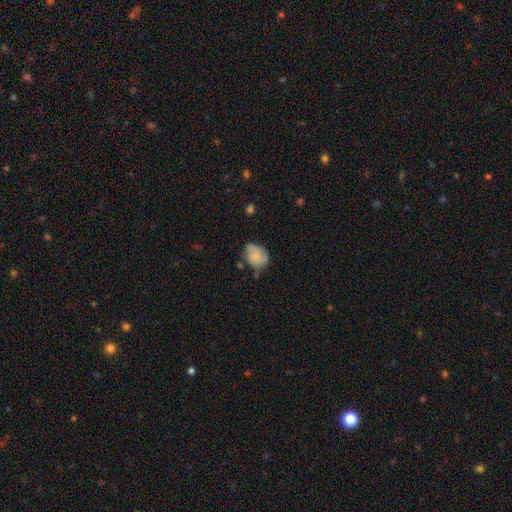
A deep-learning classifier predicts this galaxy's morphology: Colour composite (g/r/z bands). It shows a smooth galaxy with no disk features (67%) that is in between round and cigar-shaped (52%). Merging: none (49%).